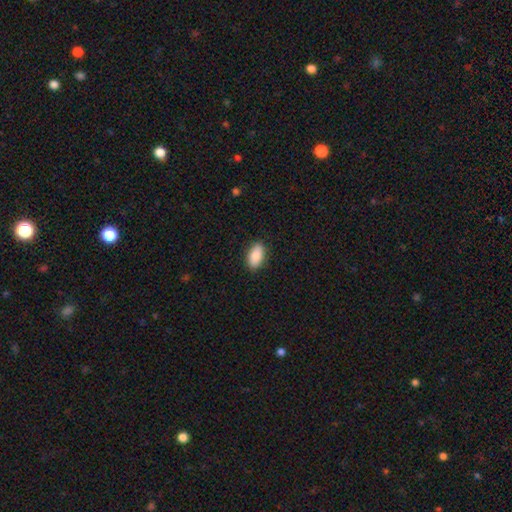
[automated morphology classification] smooth 87%, star or artifact 7%, featured or disk 6%. Down the decision tree: how rounded — in between (92%); merging — none (87%).